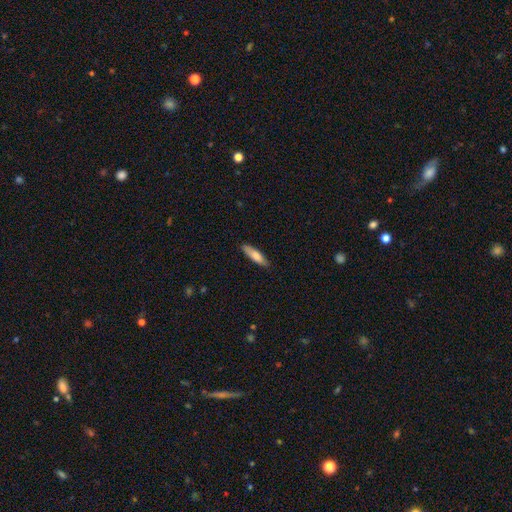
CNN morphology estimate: Smooth or featured? Predicted: smooth (p=0.75). How rounded? Predicted: cigar-shaped (p=0.71). Merging? Predicted: none (p=0.87).